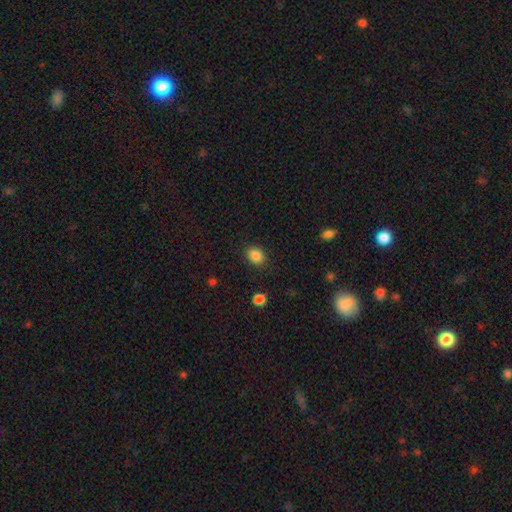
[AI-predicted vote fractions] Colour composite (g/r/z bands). It shows a smooth galaxy with no disk features (87%) that is in between round and cigar-shaped (54%). Merging: none (87%).